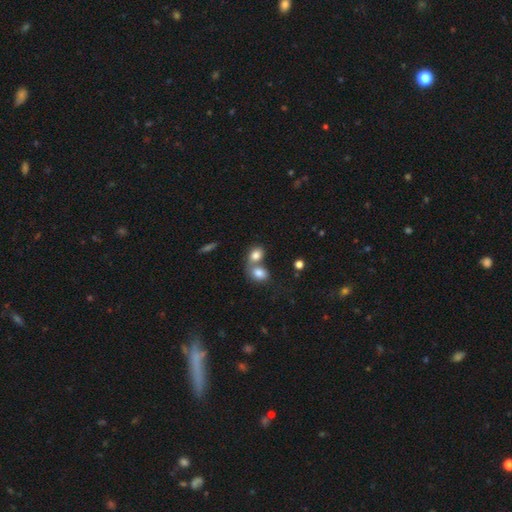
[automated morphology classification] Smooth or featured: smooth — 81% (featured or disk — 10%)
How rounded: in between — 61% (round — 38%)
Merging: merger — 60% (none — 29%)